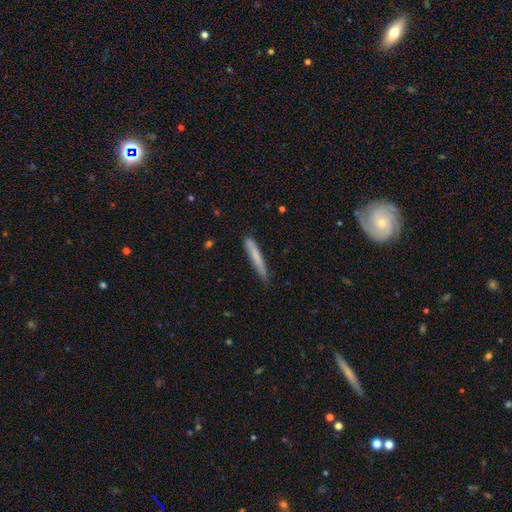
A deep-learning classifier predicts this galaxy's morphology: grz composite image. It shows a smooth galaxy with no disk features (73%) that is cigar-shaped (96%). Merging: none (79%).